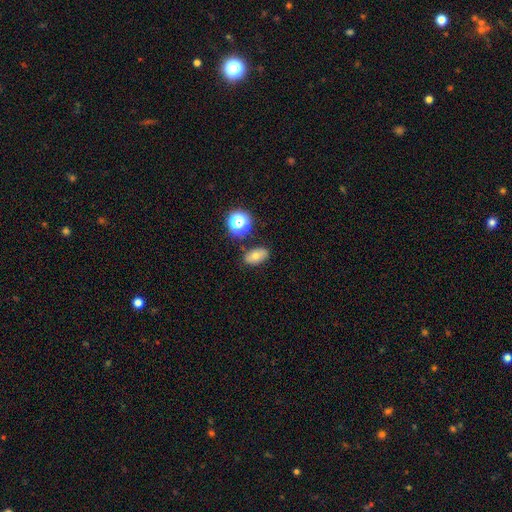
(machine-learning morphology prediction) smooth_or_featured: smooth (p=0.68) [alt: featured or disk p=0.17]
how_rounded: in between (p=0.85) [alt: round p=0.13]
merging: none (p=0.79) [alt: minor disturbance p=0.13]